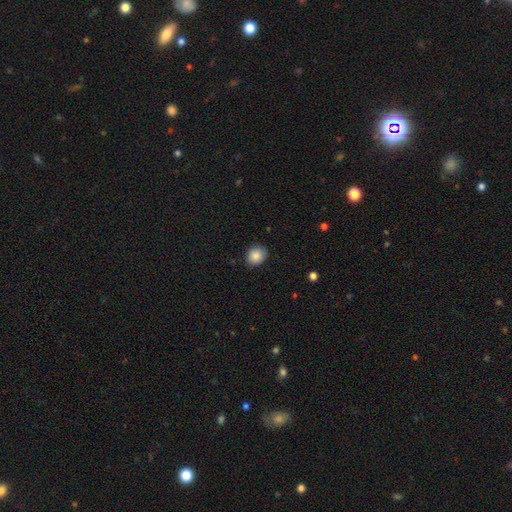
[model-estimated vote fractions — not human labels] Smooth or featured?
  - smooth: 87% *
  - star or artifact: 8%
  - featured or disk: 5%
How rounded?
  - round: 68% *
  - in between: 31%
  - cigar-shaped: 1%
Merging?
  - none: 86% *
  - minor disturbance: 11%
  - major disturbance: 2%
  - merger: 1%